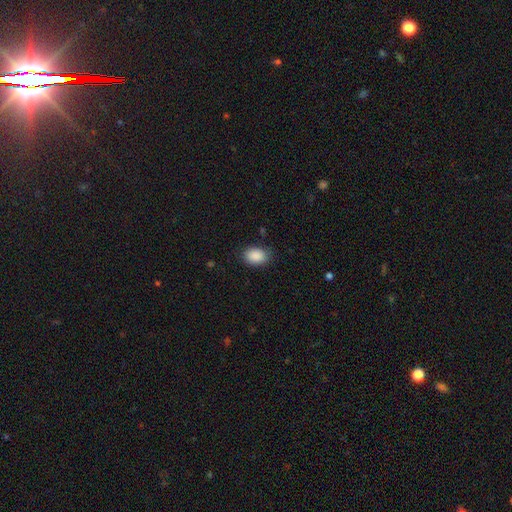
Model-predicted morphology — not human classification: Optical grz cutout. It shows a smooth galaxy with no disk features (90%) that is in between round and cigar-shaped (82%). Merging: none (83%).